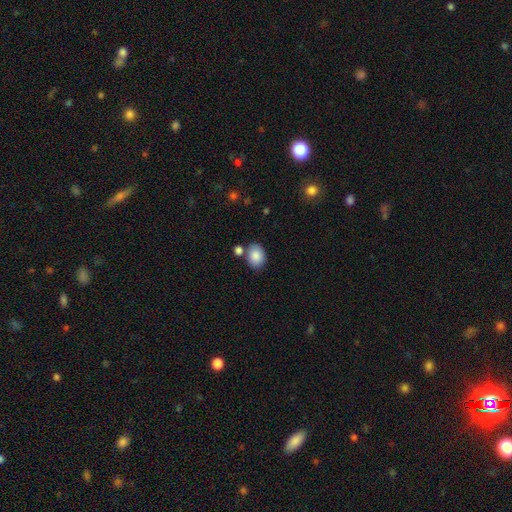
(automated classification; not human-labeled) Smooth or featured?
  - smooth: 87% *
  - star or artifact: 7%
  - featured or disk: 5%
How rounded?
  - in between: 68% *
  - round: 31%
  - cigar-shaped: 1%
Merging?
  - none: 72% *
  - minor disturbance: 13%
  - merger: 11%
  - major disturbance: 3%